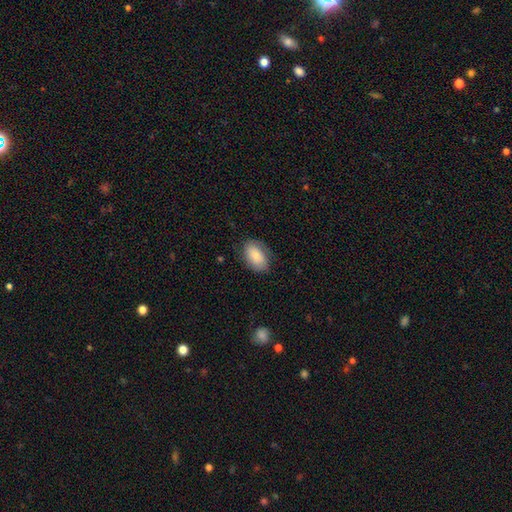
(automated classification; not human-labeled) Overall: smooth (79%). How rounded: in between (92%). Merging: none (76%).